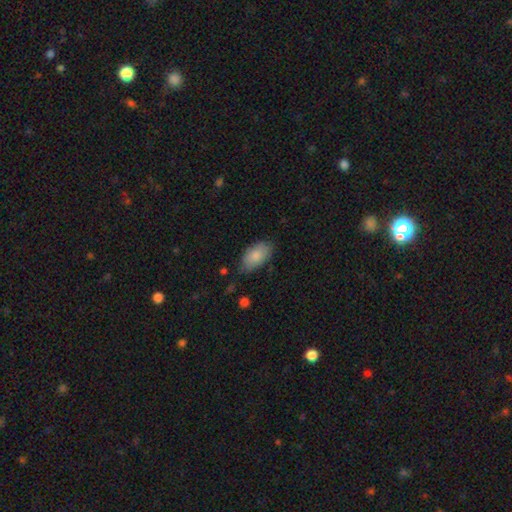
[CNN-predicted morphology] smooth_or_featured: smooth (p=0.82) [alt: featured or disk p=0.12]
how_rounded: in between (p=0.94) [alt: round p=0.04]
merging: none (p=0.71) [alt: minor disturbance p=0.23]